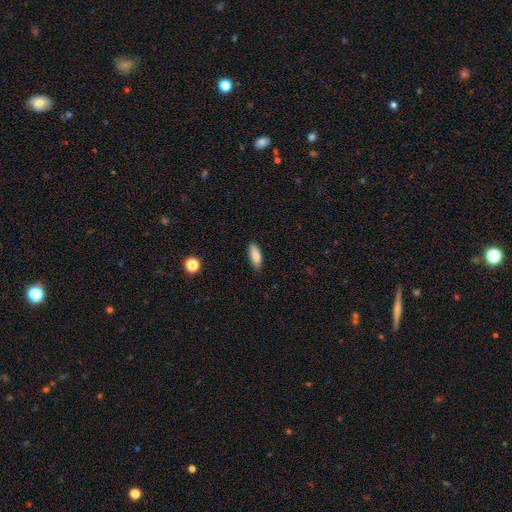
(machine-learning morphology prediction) Overall: smooth (85%). How rounded: in between (70%). Merging: none (85%).